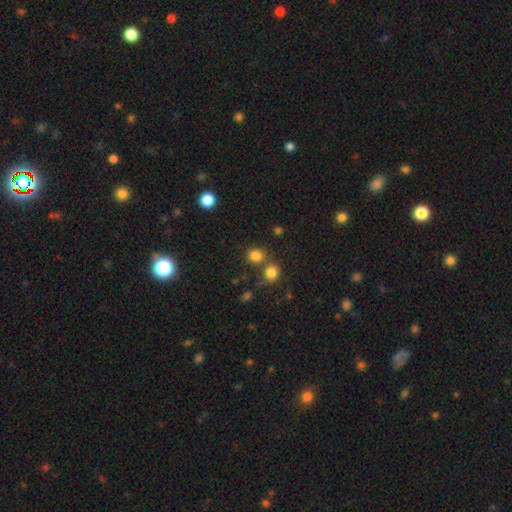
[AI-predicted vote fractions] smooth 81%, star or artifact 13%, featured or disk 5%. Down the decision tree: how rounded — round (80%); merging — none (66%).